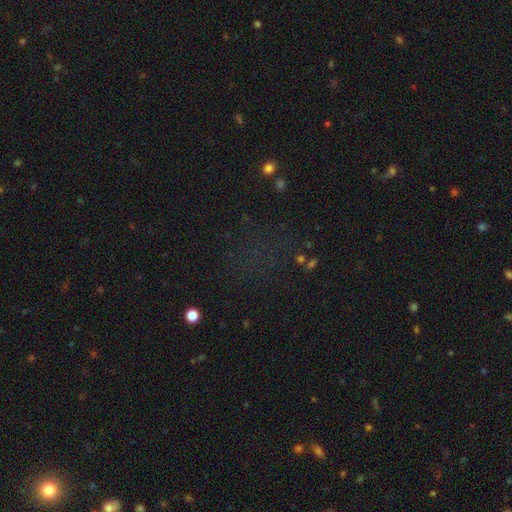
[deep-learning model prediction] A star or artifact, not a galaxy (63%).